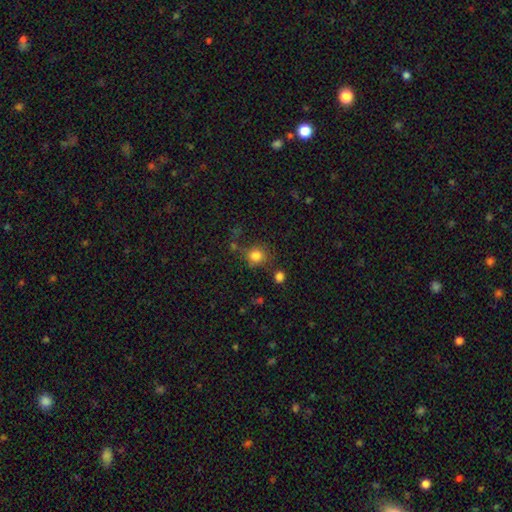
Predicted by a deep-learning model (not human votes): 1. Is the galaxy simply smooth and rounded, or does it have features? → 82% smooth, 12% star or artifact, 6% featured or disk.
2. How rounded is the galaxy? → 85% round, 14% in between, 1% cigar-shaped.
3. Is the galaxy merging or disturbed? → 73% none, 14% minor disturbance, 7% merger, 6% major disturbance.